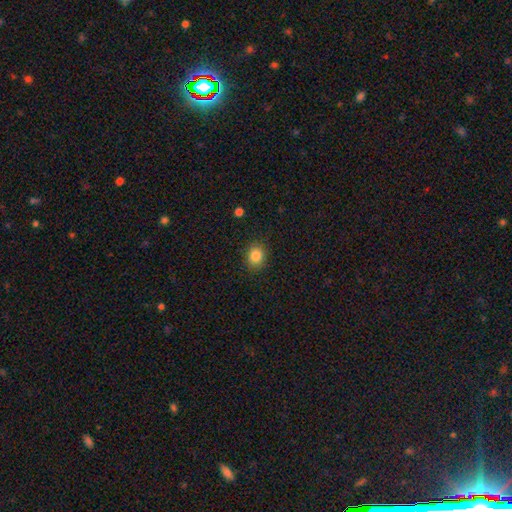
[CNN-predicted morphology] smooth_or_featured: smooth (p=0.84) [alt: star or artifact p=0.10]
how_rounded: round (p=0.66) [alt: in between p=0.33]
merging: none (p=0.89) [alt: minor disturbance p=0.08]